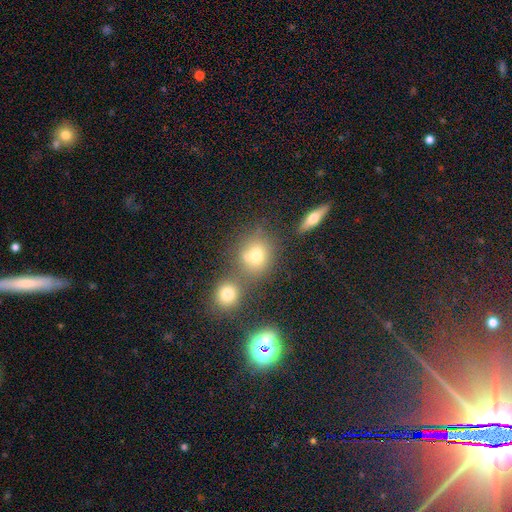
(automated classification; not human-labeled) A smooth galaxy with no disk features (65%) that is round (76%). Merging: none (57%).